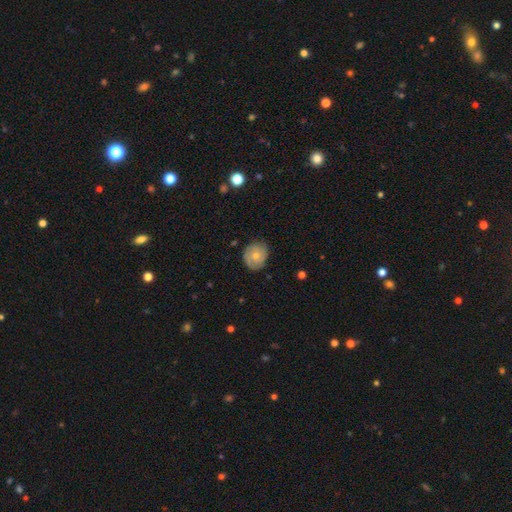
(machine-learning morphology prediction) Q: Smooth or featured?
A: featured or disk (51%); runner-up: smooth (42%)
Q: Edge-on disk?
A: no (97%); runner-up: yes (3%)
Q: Merging?
A: none (78%); runner-up: minor disturbance (17%)